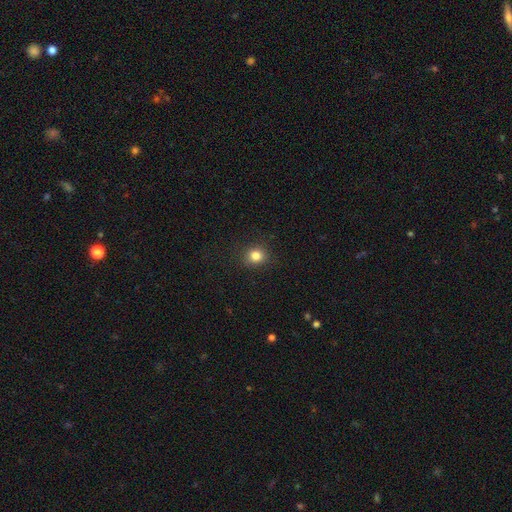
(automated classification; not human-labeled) Smooth or featured? Predicted: smooth (p=0.83). How rounded? Predicted: round (p=0.85). Merging? Predicted: none (p=0.89).